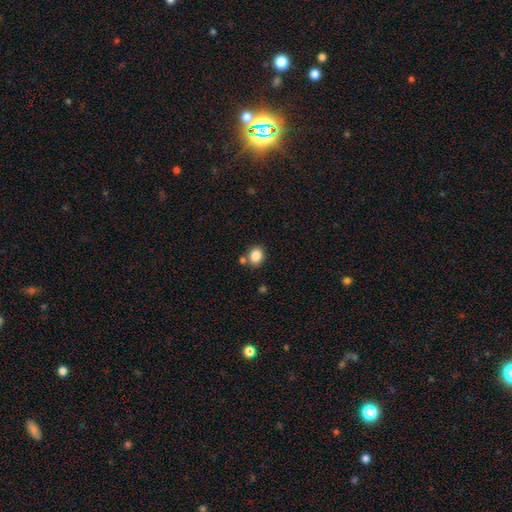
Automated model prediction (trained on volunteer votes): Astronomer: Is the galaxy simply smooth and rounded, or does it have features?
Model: smooth — 86%.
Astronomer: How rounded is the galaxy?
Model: round — 54% (runner-up: in between, 45%).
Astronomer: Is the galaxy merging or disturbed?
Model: none — 73%.